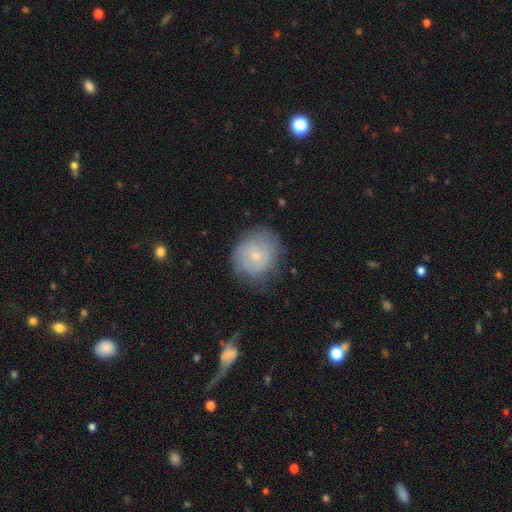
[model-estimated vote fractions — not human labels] This appears to be a smooth galaxy with no disk features (50%). Merging: none (69%).